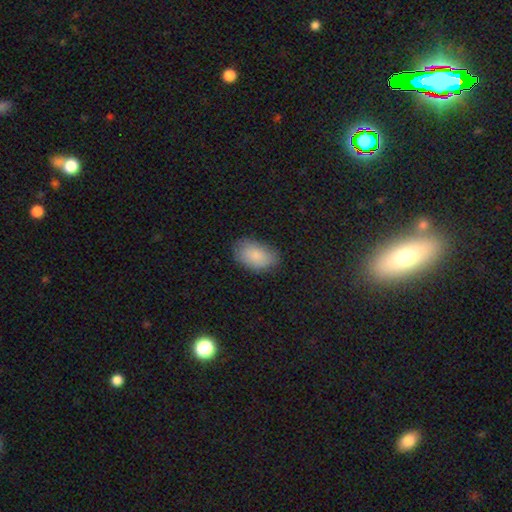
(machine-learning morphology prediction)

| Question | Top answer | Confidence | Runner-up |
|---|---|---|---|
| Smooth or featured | smooth | 86% | star or artifact (7%) |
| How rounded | in between | 92% | round (7%) |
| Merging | none | 80% | minor disturbance (15%) |